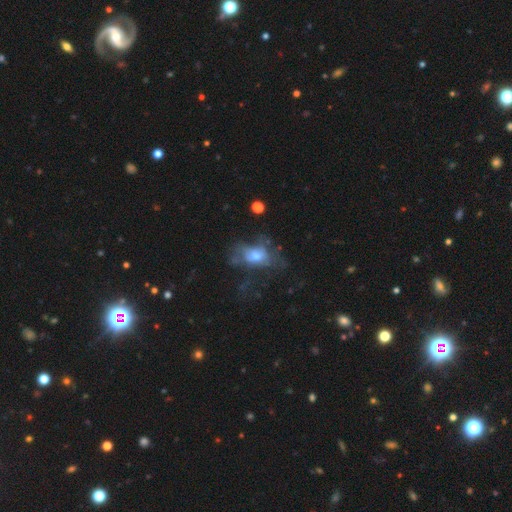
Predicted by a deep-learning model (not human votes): Q: Smooth or featured?
A: smooth (45%); runner-up: featured or disk (43%)
Q: Merging?
A: major disturbance (40%); runner-up: none (34%)